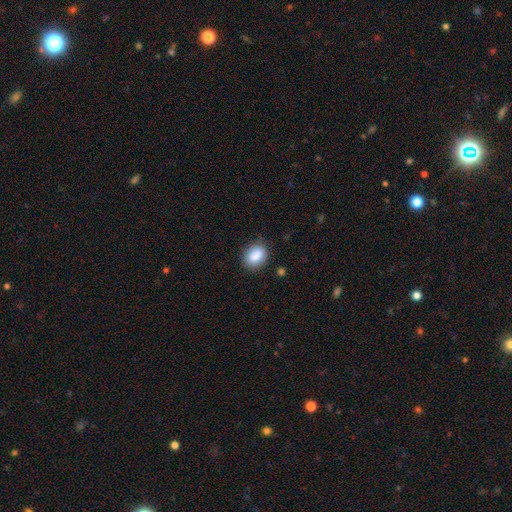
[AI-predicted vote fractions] Smooth or featured: smooth — 85% (star or artifact — 8%)
How rounded: in between — 65% (round — 34%)
Merging: none — 81% (minor disturbance — 14%)